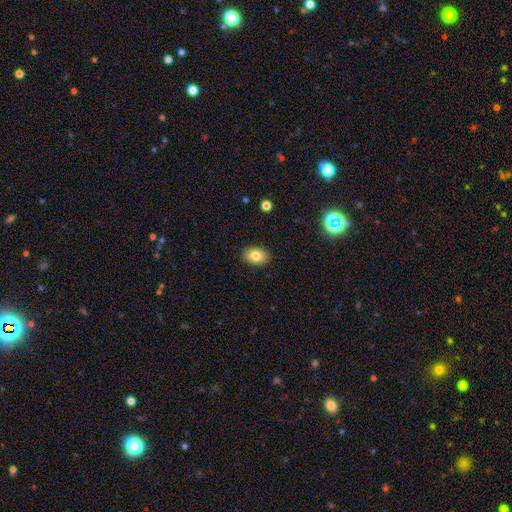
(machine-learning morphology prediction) A smooth galaxy with no disk features (81%) that is in between round and cigar-shaped (83%).

Vote fractions:
- Smooth or featured? smooth: 81% / featured or disk: 10% / star or artifact: 9%
- How rounded? in between: 83% / round: 16% / cigar-shaped: 1%
- Merging? none: 89% / minor disturbance: 8% / major disturbance: 2% / merger: 1%